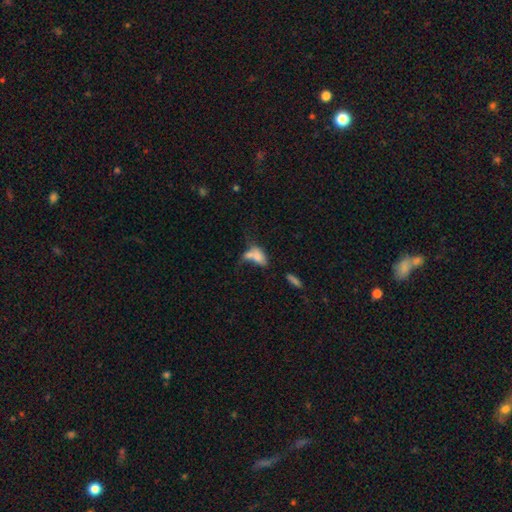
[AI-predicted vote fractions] smooth-or-featured: smooth: 66% | featured or disk: 23% | star or artifact: 11%
  how-rounded: in between: 84% | cigar-shaped: 9% | round: 7%
  merging: merger: 47% | none: 20% | major disturbance: 19% | minor disturbance: 13%